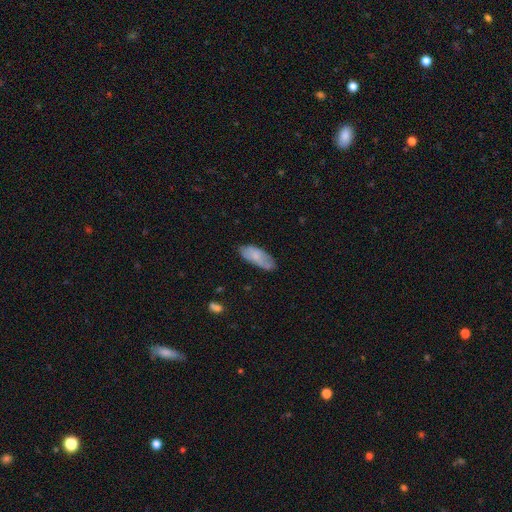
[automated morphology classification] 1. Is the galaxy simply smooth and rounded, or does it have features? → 72% smooth, 22% featured or disk, 6% star or artifact.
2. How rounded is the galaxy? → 81% in between, 17% cigar-shaped, 2% round.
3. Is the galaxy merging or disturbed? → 67% none, 25% minor disturbance, 5% major disturbance, 2% merger.